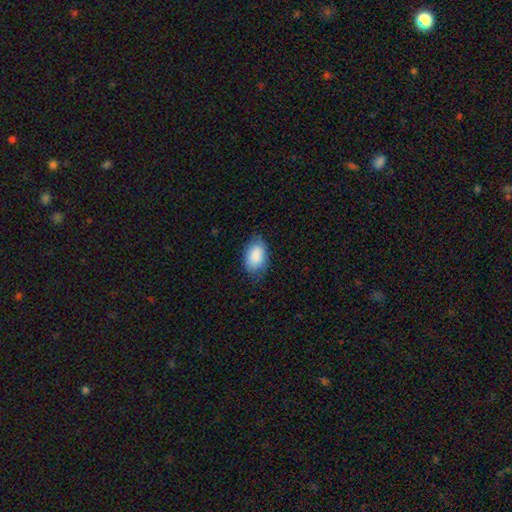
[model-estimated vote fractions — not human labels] Smooth or featured: smooth — 88% (featured or disk — 6%)
How rounded: in between — 91% (round — 7%)
Merging: none — 72% (minor disturbance — 22%)